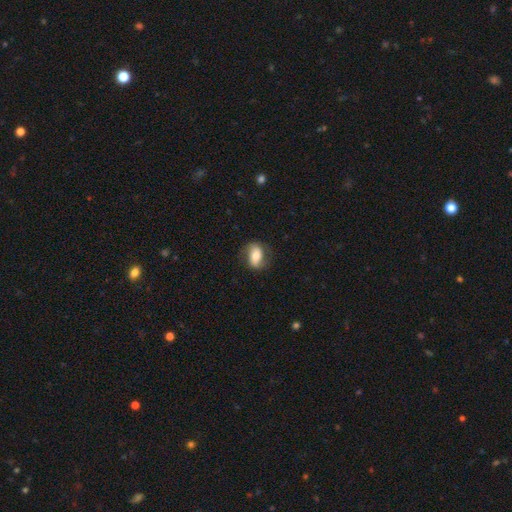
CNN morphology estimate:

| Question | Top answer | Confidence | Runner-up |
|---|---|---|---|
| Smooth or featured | smooth | 56% | featured or disk (36%) |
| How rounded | in between | 80% | round (16%) |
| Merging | none | 76% | minor disturbance (17%) |